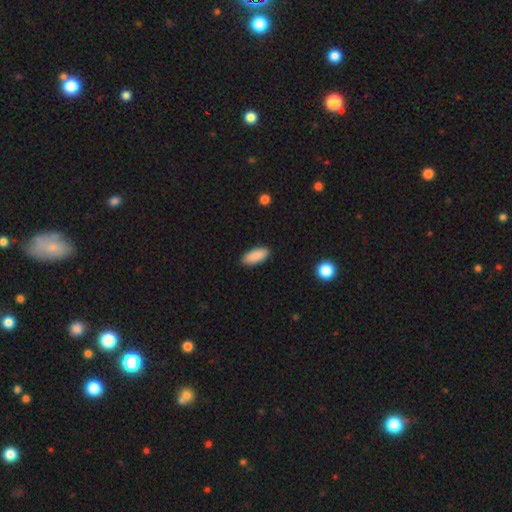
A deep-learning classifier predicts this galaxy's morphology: smooth 90%, star or artifact 6%, featured or disk 4%. Down the decision tree: how rounded — in between (84%); merging — none (89%).